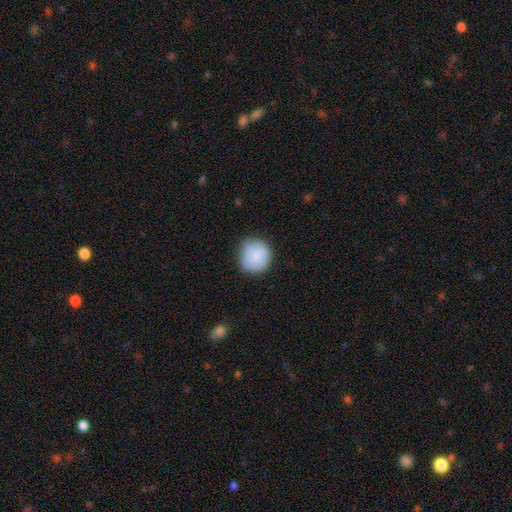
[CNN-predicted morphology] Smooth or featured? smooth (86%)
How rounded? round (91%)
Merging? none (80%)